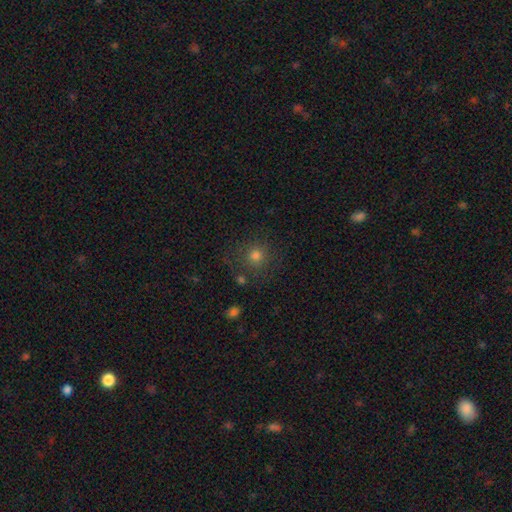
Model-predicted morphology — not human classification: A smooth galaxy with no disk features (74%) that is round (92%). Merging: none (81%).